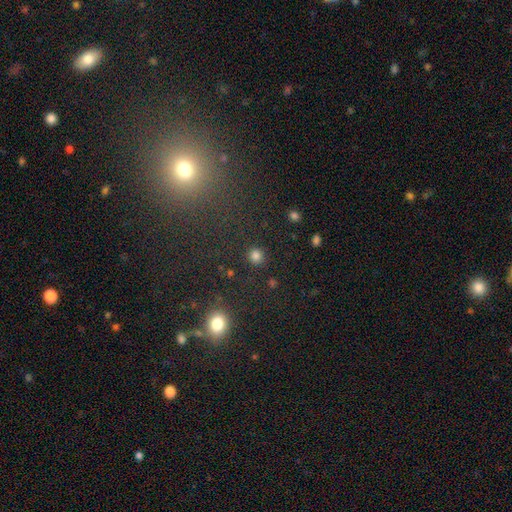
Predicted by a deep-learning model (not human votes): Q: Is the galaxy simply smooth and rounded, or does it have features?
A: smooth — 81%.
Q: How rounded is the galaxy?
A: round — 92%.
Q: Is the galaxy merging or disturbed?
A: none — 89%.